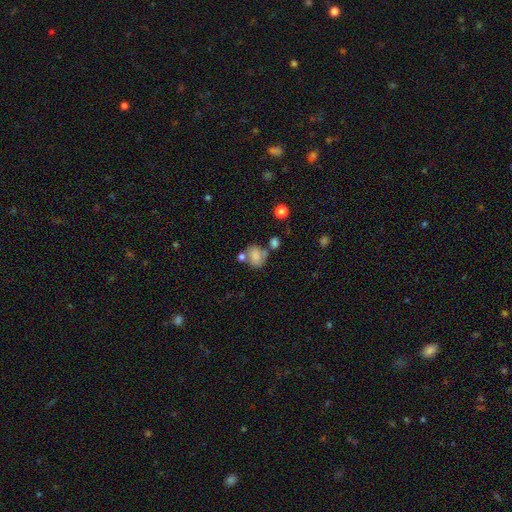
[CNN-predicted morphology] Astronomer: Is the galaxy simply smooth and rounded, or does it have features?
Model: smooth — 76%.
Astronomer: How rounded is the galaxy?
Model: in between — 57% (runner-up: round, 42%).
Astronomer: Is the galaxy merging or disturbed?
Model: none — 42% (runner-up: merger, 30%).